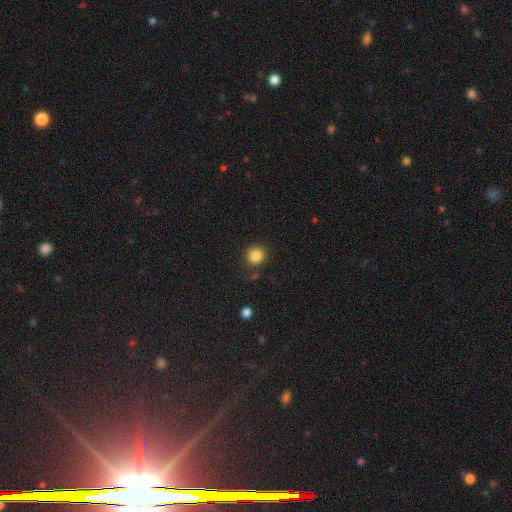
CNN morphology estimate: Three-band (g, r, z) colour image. It shows a smooth galaxy with no disk features (85%) that is round (91%). Merging: none (86%).